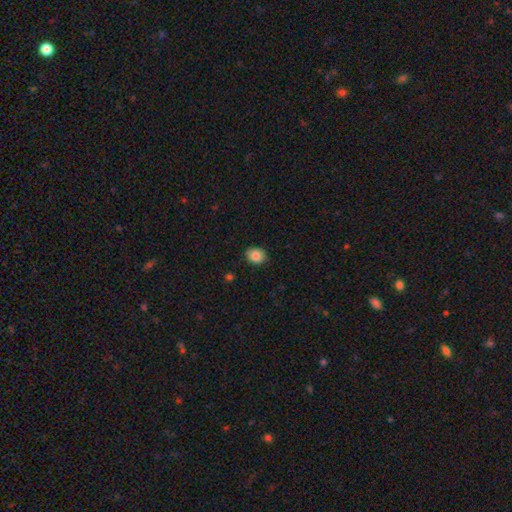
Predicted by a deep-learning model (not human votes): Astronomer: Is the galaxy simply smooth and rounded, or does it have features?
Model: smooth — 85%.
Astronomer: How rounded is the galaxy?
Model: in between — 53% (runner-up: round, 46%).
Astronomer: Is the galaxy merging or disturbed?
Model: none — 88%.